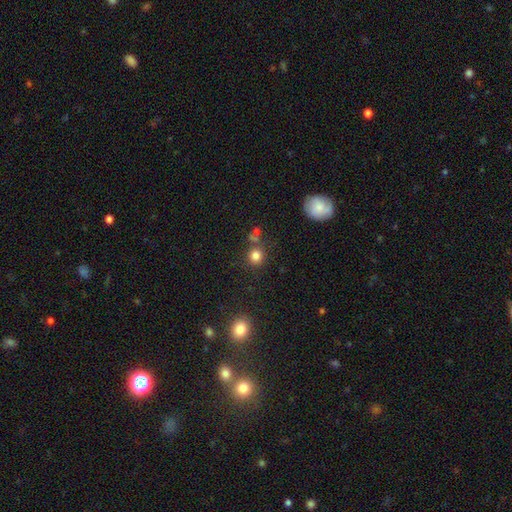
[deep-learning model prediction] Overall: smooth (80%). How rounded: round (89%). Merging: none (74%).